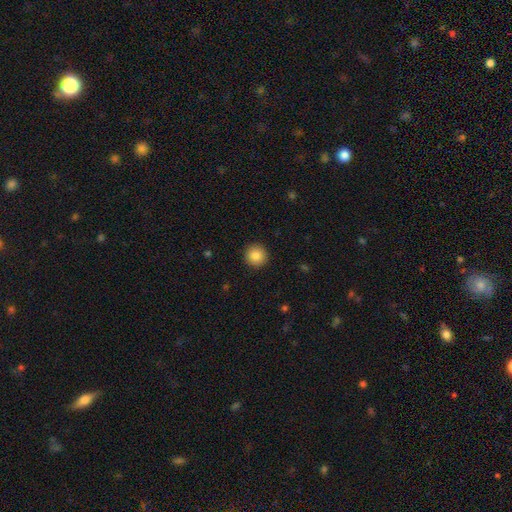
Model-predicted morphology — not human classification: A smooth galaxy with no disk features (86%) that is round (95%). Merging: none (93%).